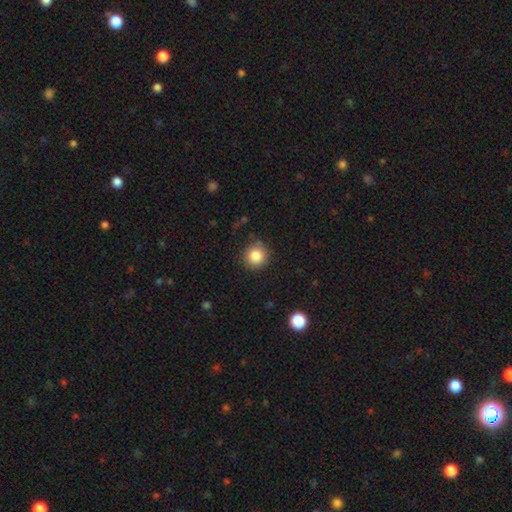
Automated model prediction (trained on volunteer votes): Overall: smooth (84%). How rounded: round (93%). Merging: none (85%).